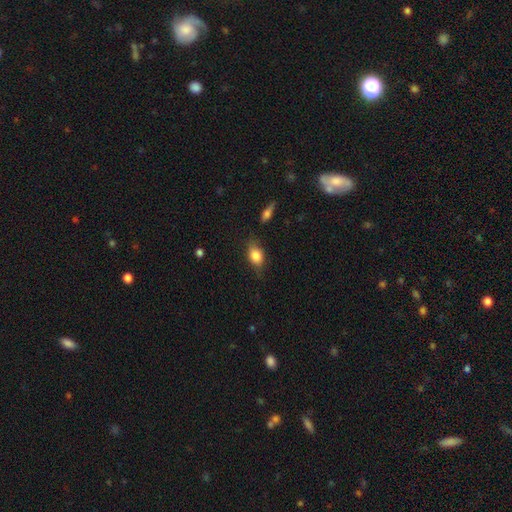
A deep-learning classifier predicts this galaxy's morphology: The model was most divided on "merging": none: 69%, minor disturbance: 23%, major disturbance: 6%, merger: 2%. More confident: smooth or featured — smooth (80%); how rounded — in between (76%).